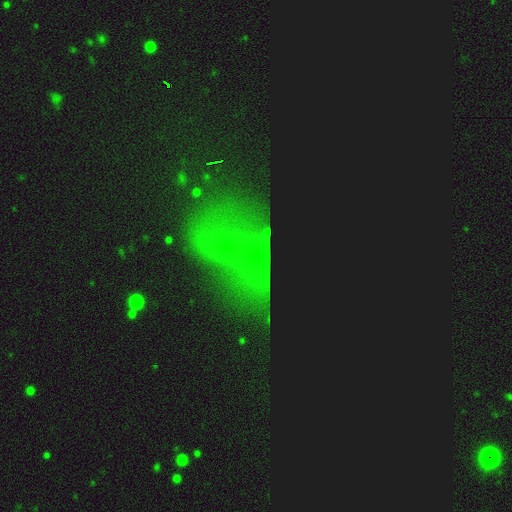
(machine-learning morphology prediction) star or artifact 43%, smooth 31%, featured or disk 25%.